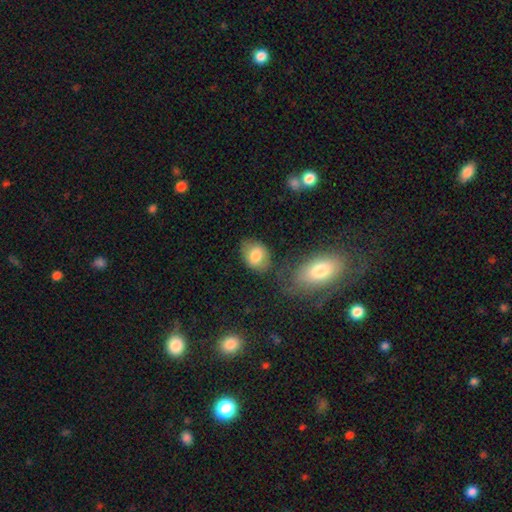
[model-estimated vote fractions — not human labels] The model was most divided on "merging": none: 60%, minor disturbance: 22%, merger: 10%, major disturbance: 8%. More confident: smooth or featured — smooth (80%); how rounded — in between (69%).